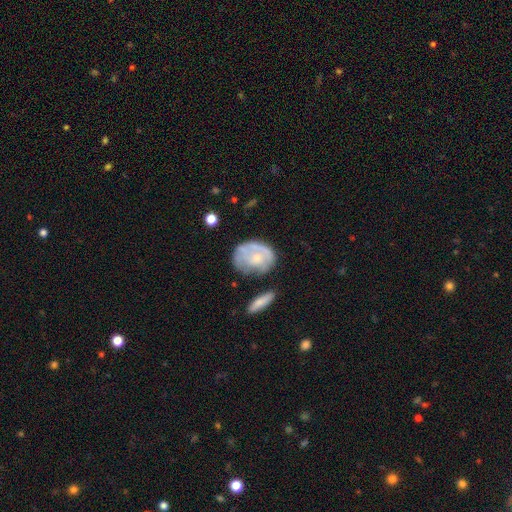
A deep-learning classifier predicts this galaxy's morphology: Q: Smooth or featured?
A: featured or disk (50%); runner-up: smooth (43%)
Q: Edge-on disk?
A: no (96%); runner-up: yes (4%)
Q: Merging?
A: none (44%); runner-up: minor disturbance (30%)